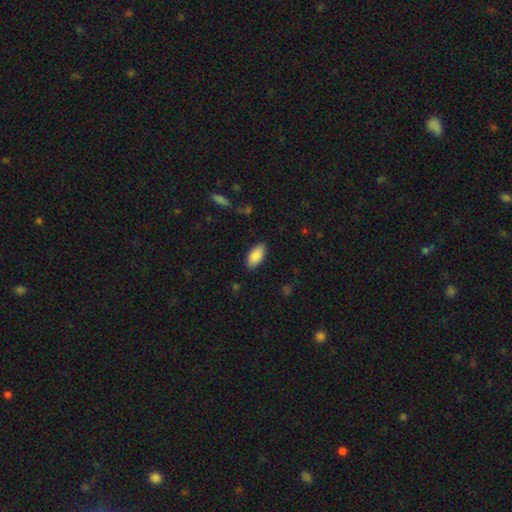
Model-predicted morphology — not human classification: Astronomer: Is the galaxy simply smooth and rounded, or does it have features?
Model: smooth — 89%.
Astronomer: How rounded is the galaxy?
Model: in between — 94%.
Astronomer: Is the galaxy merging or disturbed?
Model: none — 86%.